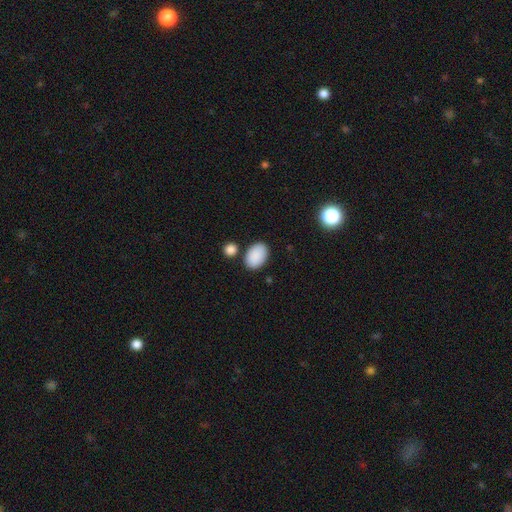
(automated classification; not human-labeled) smooth_or_featured: smooth (p=0.89) [alt: star or artifact p=0.07]
how_rounded: in between (p=0.89) [alt: round p=0.10]
merging: none (p=0.79) [alt: minor disturbance p=0.12]